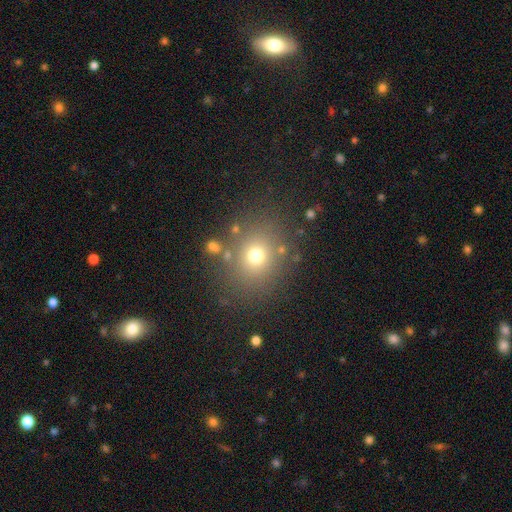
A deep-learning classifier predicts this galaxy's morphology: Smooth or featured? smooth (70%)
How rounded? round (74%)
Merging? none (80%)